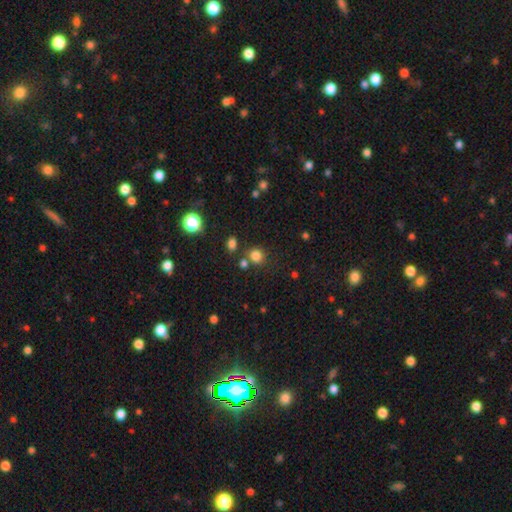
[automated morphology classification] type=smooth (79%); roundness=round (83%); merging=none (74%).